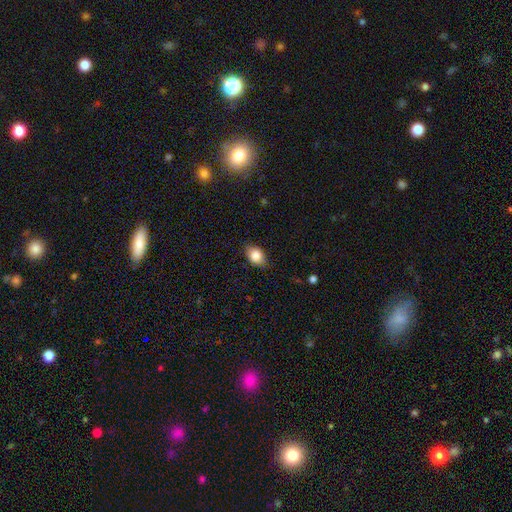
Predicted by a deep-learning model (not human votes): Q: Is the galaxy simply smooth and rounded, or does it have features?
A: smooth — 83%.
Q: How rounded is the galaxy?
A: in between — 78%.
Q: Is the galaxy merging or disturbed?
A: none — 80%.